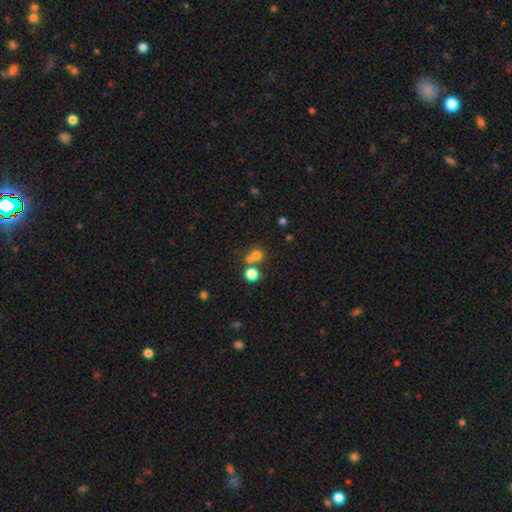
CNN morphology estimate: This is likely a smooth galaxy (71%). How rounded: clearly round (82%). Merging: possibly none (51%).